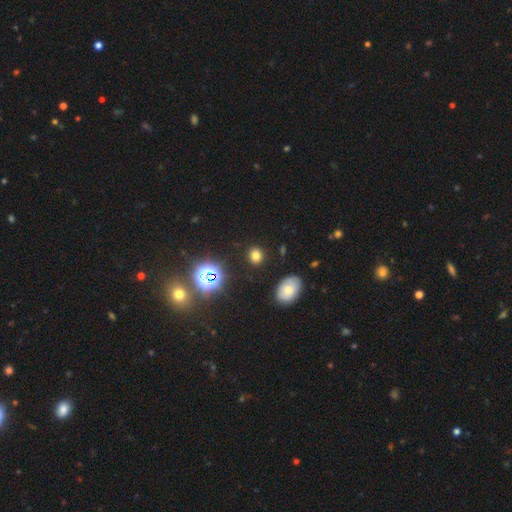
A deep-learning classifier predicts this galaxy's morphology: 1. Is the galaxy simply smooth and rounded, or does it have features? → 72% smooth, 22% star or artifact, 7% featured or disk.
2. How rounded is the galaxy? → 74% round, 25% in between, 1% cigar-shaped.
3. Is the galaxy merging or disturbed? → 88% none, 7% minor disturbance, 3% major disturbance, 2% merger.